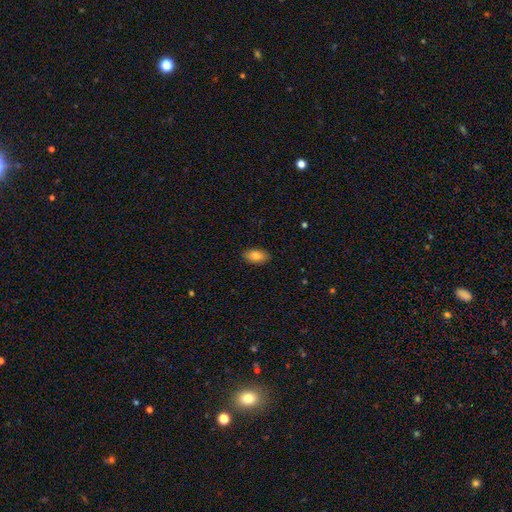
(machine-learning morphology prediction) A smooth galaxy with no disk features (82%) that is in between round and cigar-shaped (92%). Merging: none (88%).